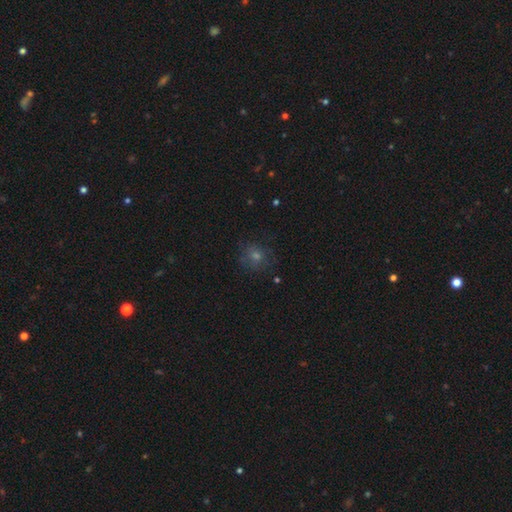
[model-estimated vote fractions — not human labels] Q: Smooth or featured?
A: smooth (51%); runner-up: star or artifact (31%)
Q: How rounded?
A: round (84%); runner-up: in between (15%)
Q: Merging?
A: none (78%); runner-up: minor disturbance (13%)